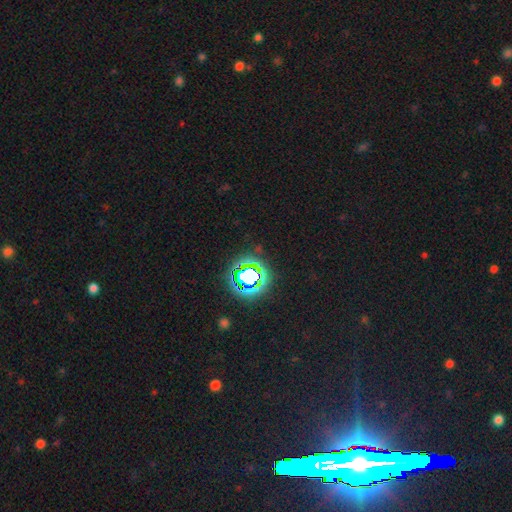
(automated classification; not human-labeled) smooth_or_featured: star or artifact (p=0.81) [alt: smooth p=0.11]